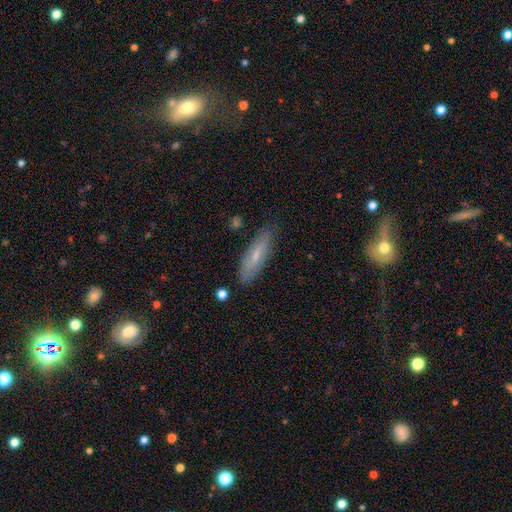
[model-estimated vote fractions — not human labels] Smooth or featured? Predicted: smooth (p=0.58). How rounded? Predicted: cigar-shaped (p=0.57). Merging? Predicted: none (p=0.82).